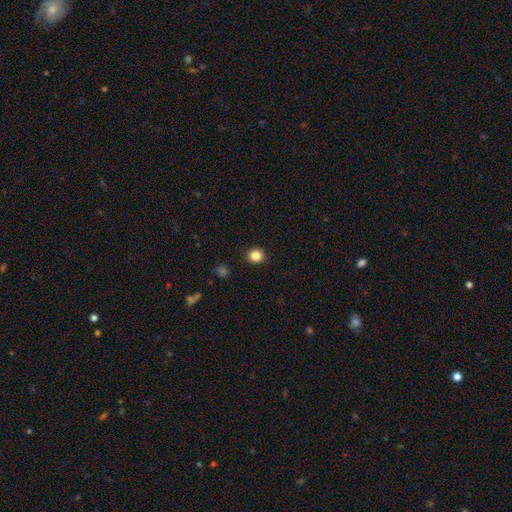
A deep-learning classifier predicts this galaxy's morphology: A smooth galaxy with no disk features (84%) that is round (88%).

Vote fractions:
- Smooth or featured? smooth: 84% / star or artifact: 11% / featured or disk: 4%
- How rounded? round: 88% / in between: 11% / cigar-shaped: 1%
- Merging? none: 93% / minor disturbance: 5% / major disturbance: 2% / merger: 1%